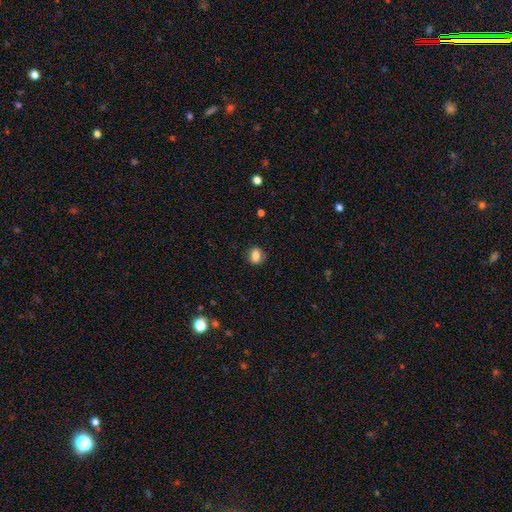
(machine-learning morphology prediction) smooth_or_featured: smooth (p=0.82) [alt: star or artifact p=0.09]
how_rounded: in between (p=0.50) [alt: round p=0.48]
merging: none (p=0.82) [alt: minor disturbance p=0.13]